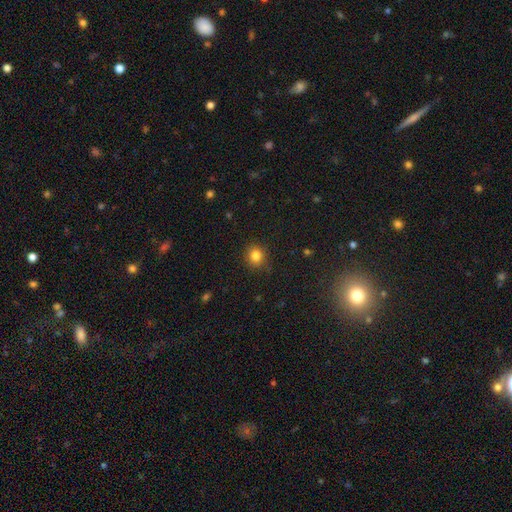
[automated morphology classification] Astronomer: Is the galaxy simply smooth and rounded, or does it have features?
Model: smooth — 83%.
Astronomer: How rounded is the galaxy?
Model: round — 81%.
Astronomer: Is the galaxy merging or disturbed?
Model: none — 86%.